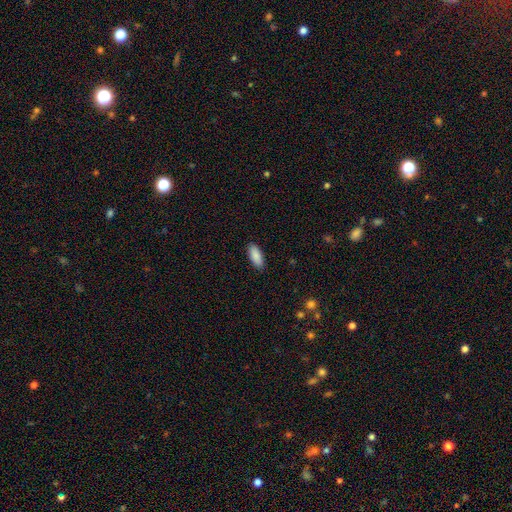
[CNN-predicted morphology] This appears to be a smooth galaxy with no disk features (89%) that is in between round and cigar-shaped (82%). Merging: none (89%).